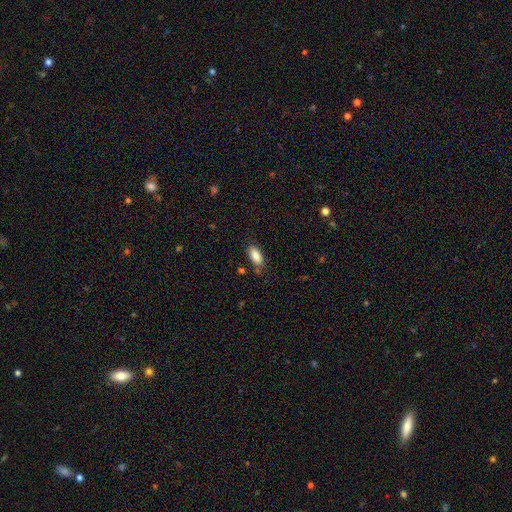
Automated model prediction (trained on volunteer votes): A smooth galaxy with no disk features (87%) that is in between round and cigar-shaped (88%). Merging: none (79%).